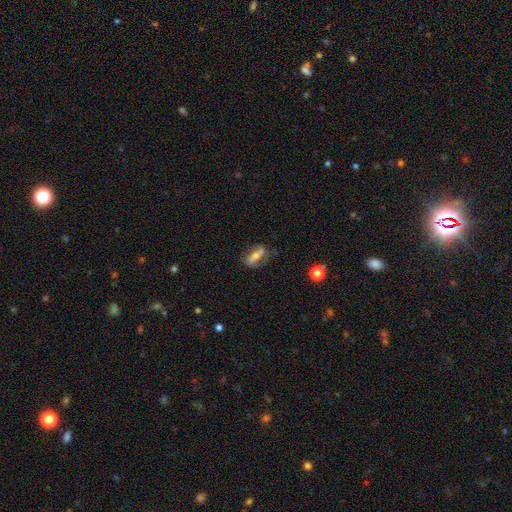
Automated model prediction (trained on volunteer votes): featured or disk 56%, smooth 35%, star or artifact 9%. Down the decision tree: edge-on disk — no (79%); merging — none (66%).